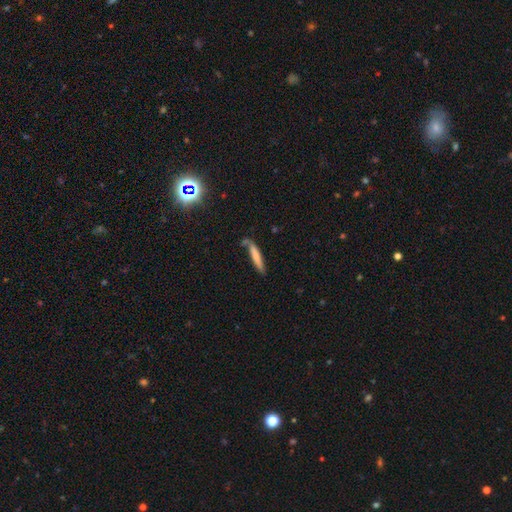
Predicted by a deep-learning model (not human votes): A smooth galaxy with no disk features (70%) that is cigar-shaped (91%).

Vote fractions:
- Smooth or featured? smooth: 70% / featured or disk: 23% / star or artifact: 6%
- How rounded? cigar-shaped: 91% / in between: 8% / round: 1%
- Merging? none: 63% / minor disturbance: 21% / merger: 10% / major disturbance: 6%